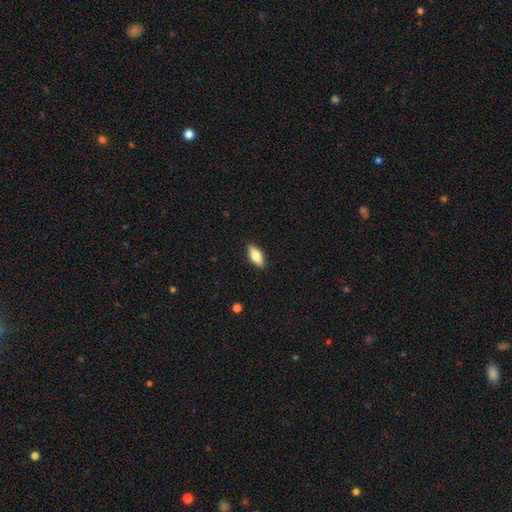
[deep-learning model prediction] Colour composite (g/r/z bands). It shows a smooth galaxy with no disk features (73%) that is in between round and cigar-shaped (77%). Merging: none (89%).